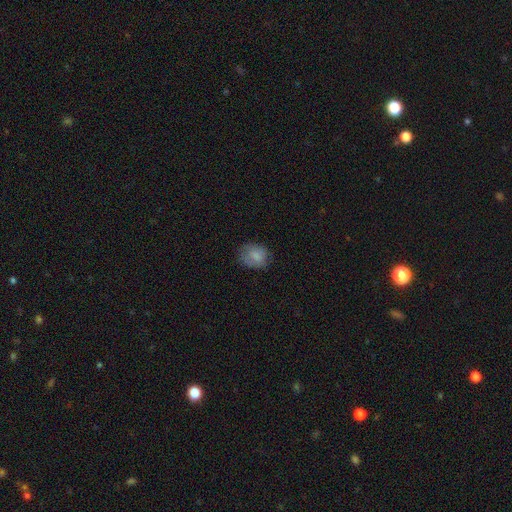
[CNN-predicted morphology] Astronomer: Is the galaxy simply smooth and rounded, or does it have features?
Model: smooth — 77%.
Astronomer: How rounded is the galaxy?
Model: round — 51% (runner-up: in between, 48%).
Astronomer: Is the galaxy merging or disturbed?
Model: none — 67%.